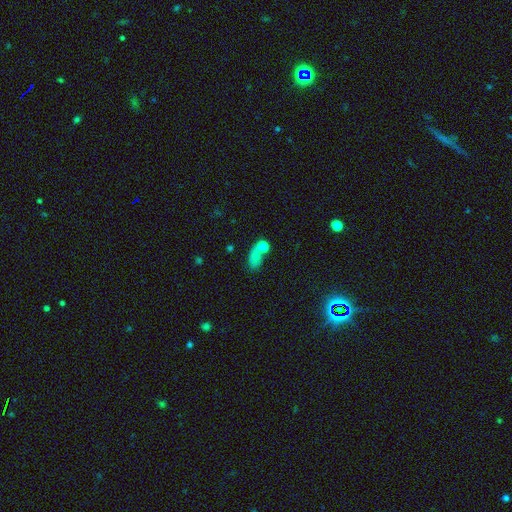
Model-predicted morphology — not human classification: This appears to be a smooth galaxy with no disk features (69%) that is in between round and cigar-shaped (70%). Merging: merger (42%).